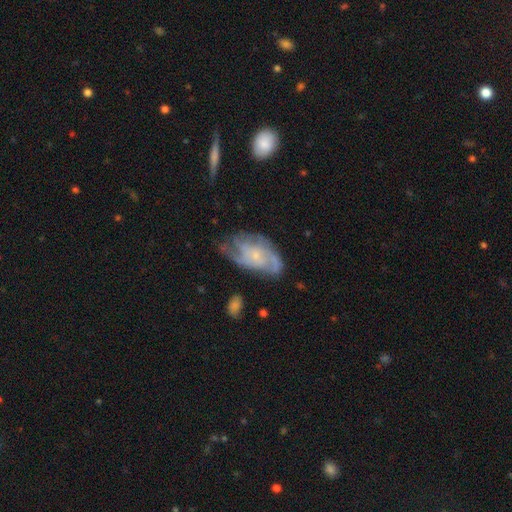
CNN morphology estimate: Overall: featured or disk (76%). Edge-on disk: no (96%). Bar: no (74%). Spiral arms: yes (88%). Spiral arm count: can't tell (36%; 2 24%). Spiral winding: medium (42%; tight 39%). Bulge size: small (73%). Merging: none (54%; minor disturbance 27%).